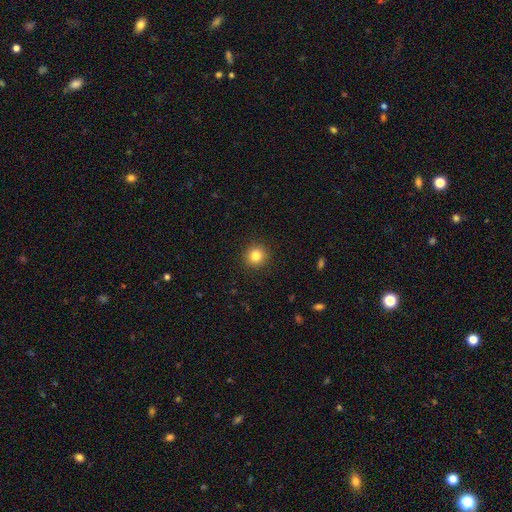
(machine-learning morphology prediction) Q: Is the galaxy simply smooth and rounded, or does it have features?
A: smooth — 83%.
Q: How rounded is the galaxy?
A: round — 92%.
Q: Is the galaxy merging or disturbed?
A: none — 92%.